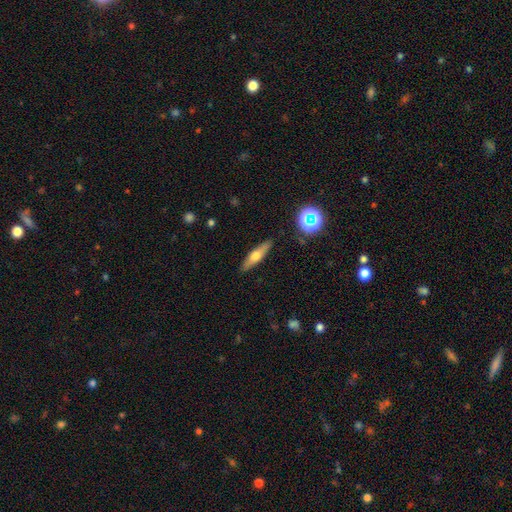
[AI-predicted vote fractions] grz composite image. It shows a smooth galaxy with no disk features (48%). Merging: none (88%).